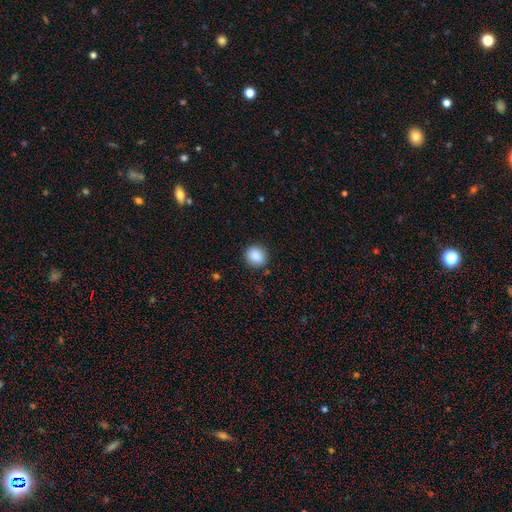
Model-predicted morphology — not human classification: A smooth galaxy with no disk features (88%) that is round (86%). Merging: none (89%).